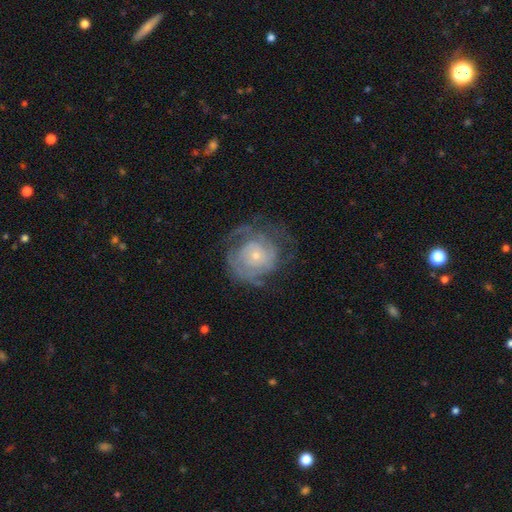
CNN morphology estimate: A featured or disk galaxy (75%) with no bar (82%), tight (68%) spiral arms (81%) and a small central bulge (74%).

Vote fractions:
- Smooth or featured? featured or disk: 75% / smooth: 19% / star or artifact: 6%
- Edge-on disk? no: 97% / yes: 3%
- Bar? no: 82% / weak: 15% / strong: 3%
- Spiral arms? yes: 81% / no: 19%
- Spiral winding? tight: 68% / medium: 23% / loose: 9%
- Spiral arm count? can't tell: 48% / 2: 22% / 3: 12% / 1: 7% / 4: 6% / more than 4: 4%
- Bulge size? small: 74% / moderate: 21% / large: 2% / none: 2% / dominant: 1%
- Merging? none: 57% / minor disturbance: 21% / major disturbance: 21% / merger: 1%